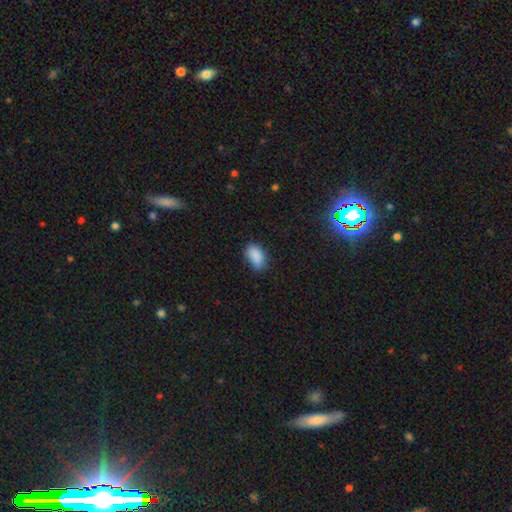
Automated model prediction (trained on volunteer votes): This is clearly a smooth galaxy (89%). How rounded: clearly in between (92%). Merging: likely none (74%).